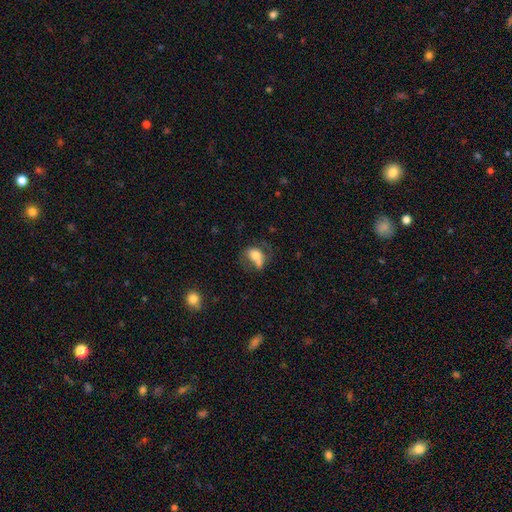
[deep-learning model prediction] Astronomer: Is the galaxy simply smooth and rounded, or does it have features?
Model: smooth — 67%.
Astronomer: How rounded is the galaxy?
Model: in between — 70%.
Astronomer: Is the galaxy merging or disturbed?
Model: merger — 32% (runner-up: none, 30%).